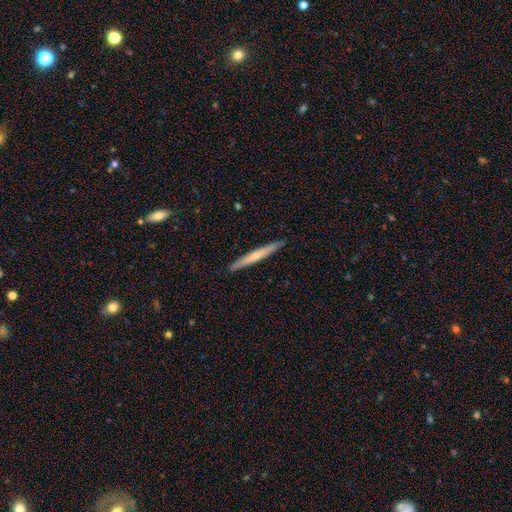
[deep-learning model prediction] featured or disk 48%, smooth 47%, star or artifact 5%. Down the decision tree: merging — none (91%).